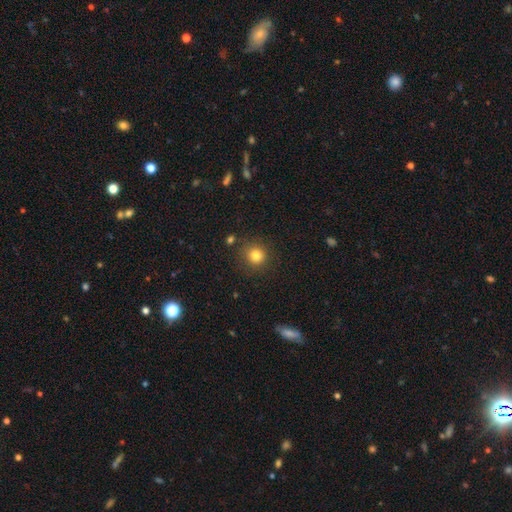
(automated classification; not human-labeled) smooth_or_featured: smooth (p=0.81) [alt: star or artifact p=0.13]
how_rounded: round (p=0.92) [alt: in between p=0.08]
merging: none (p=0.86) [alt: minor disturbance p=0.08]